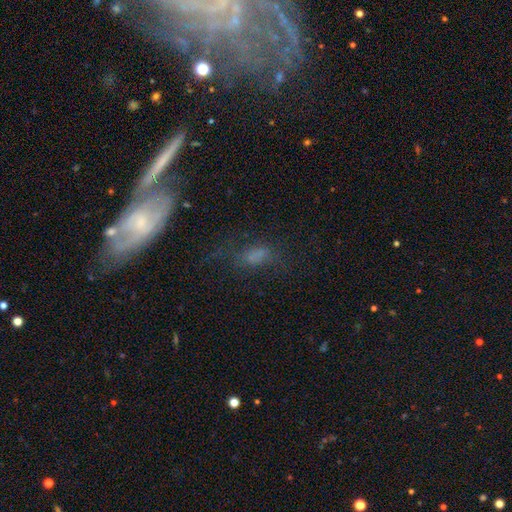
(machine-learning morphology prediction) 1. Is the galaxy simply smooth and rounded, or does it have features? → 51% smooth, 27% featured or disk, 22% star or artifact.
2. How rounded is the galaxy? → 73% in between, 16% cigar-shaped, 11% round.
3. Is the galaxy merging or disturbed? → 46% none, 25% major disturbance, 21% minor disturbance, 8% merger.